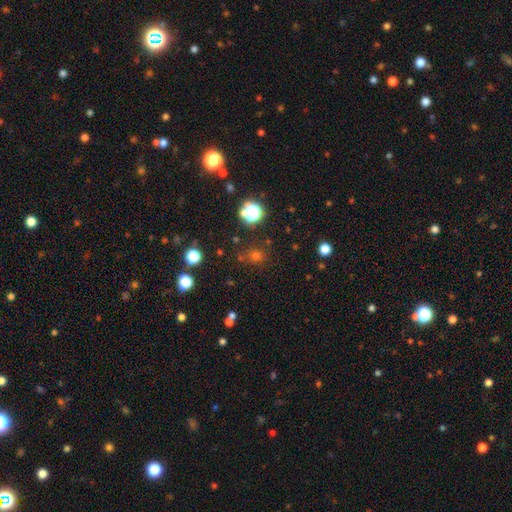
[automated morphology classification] This appears to be a smooth galaxy with no disk features (59%) that is round (88%). Merging: none (83%).